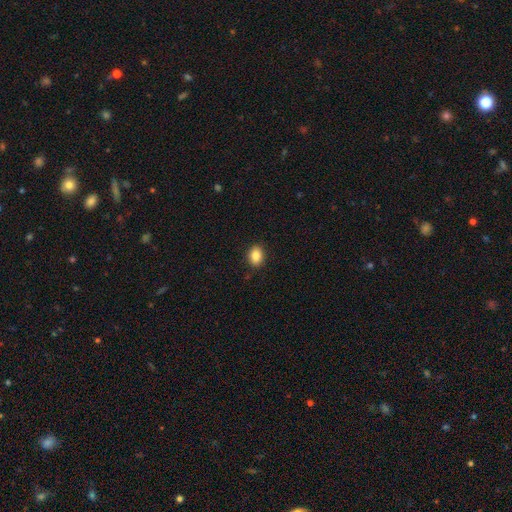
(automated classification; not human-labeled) Morphology: type=smooth (87%); roundness=in between (65%); merging=none (89%).